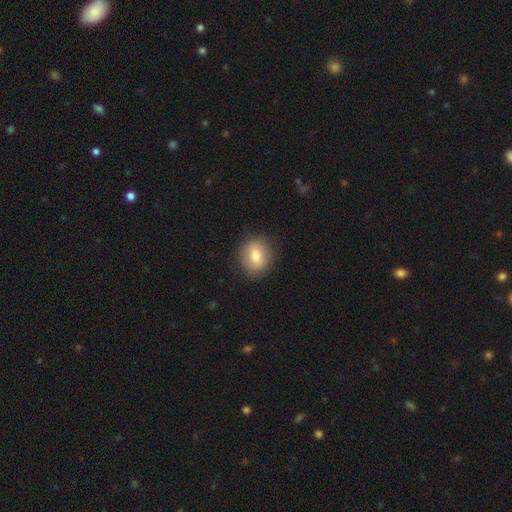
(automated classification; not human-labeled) Smooth or featured? Predicted: smooth (p=0.72). How rounded? Predicted: round (p=0.61). Merging? Predicted: none (p=0.86).